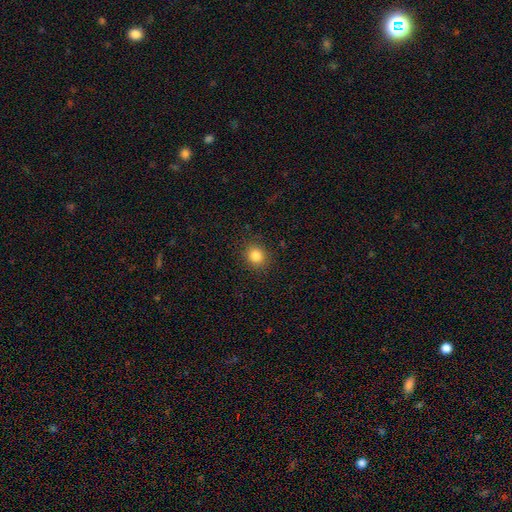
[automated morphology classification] smooth_or_featured: smooth (p=0.83) [alt: star or artifact p=0.12]
how_rounded: round (p=0.81) [alt: in between p=0.19]
merging: none (p=0.89) [alt: minor disturbance p=0.07]